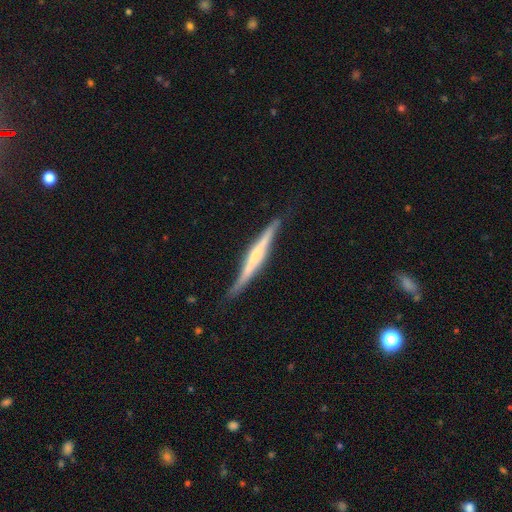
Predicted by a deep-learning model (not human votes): A featured or disk galaxy (70%) viewed edge-on (96%) with a rounded central bulge (41%).

Vote fractions:
- Smooth or featured? featured or disk: 70% / smooth: 25% / star or artifact: 5%
- Edge-on disk? yes: 96% / no: 4%
- Edge-on bulge? rounded: 41% / none: 34% / boxy: 25%
- Merging? none: 79% / minor disturbance: 16% / major disturbance: 3% / merger: 2%